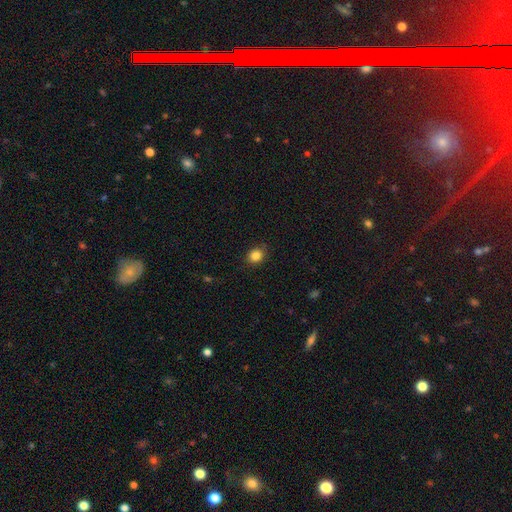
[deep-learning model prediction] Q: Smooth or featured?
A: smooth (85%); runner-up: star or artifact (10%)
Q: How rounded?
A: round (63%); runner-up: in between (36%)
Q: Merging?
A: none (86%); runner-up: minor disturbance (11%)